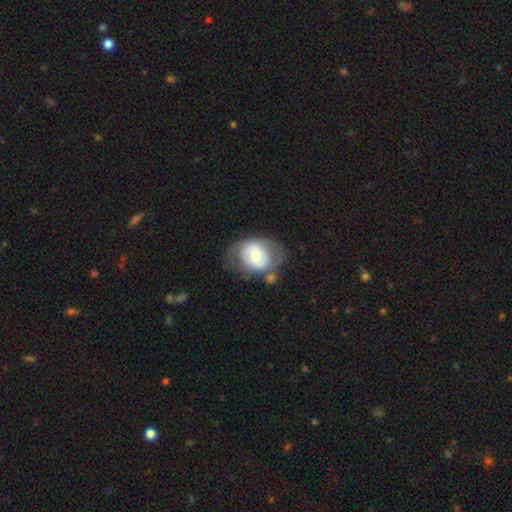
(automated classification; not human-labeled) Morphology: type=featured or disk (50%); merging=none (50%).